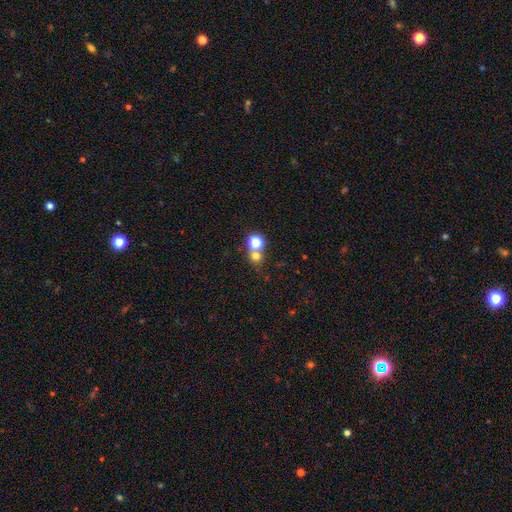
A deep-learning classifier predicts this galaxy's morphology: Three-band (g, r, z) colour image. It shows a smooth galaxy with no disk features (69%) that is round (84%). Merging: none (56%).